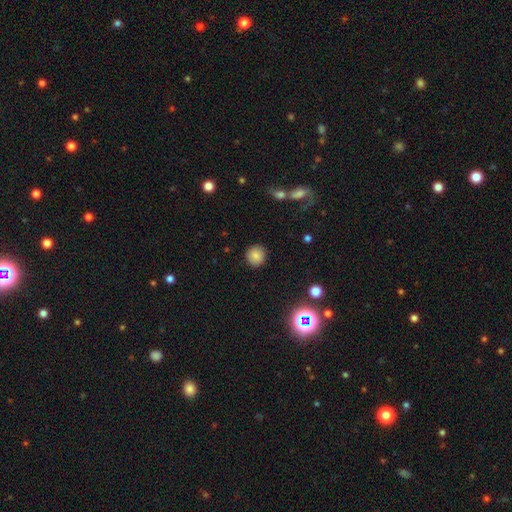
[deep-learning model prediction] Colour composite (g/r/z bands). It shows a smooth galaxy with no disk features (81%) that is round (89%). Merging: none (90%).